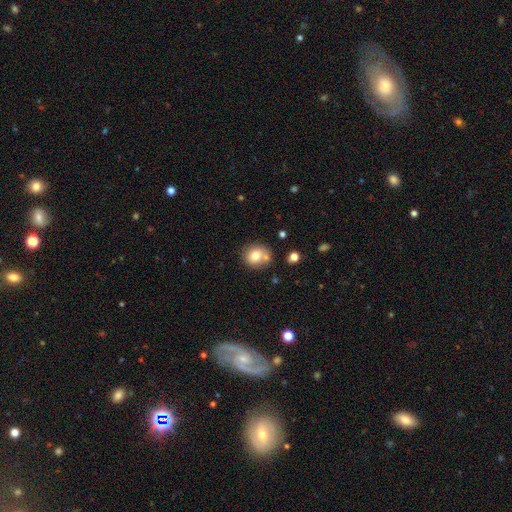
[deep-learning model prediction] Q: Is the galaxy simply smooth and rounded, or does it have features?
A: smooth — 76%.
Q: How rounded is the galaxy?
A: round — 81%.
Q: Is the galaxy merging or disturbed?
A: none — 62%.